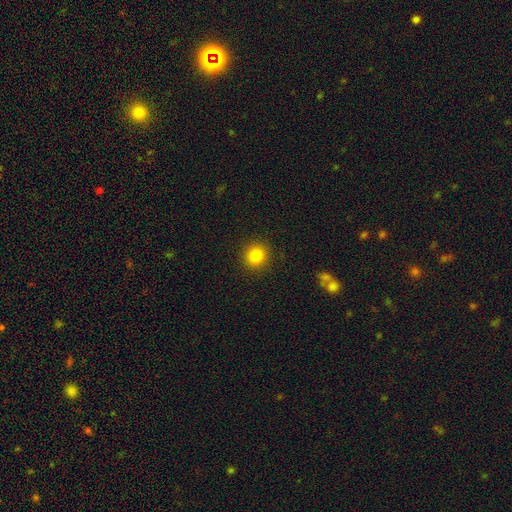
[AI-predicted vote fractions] This appears to be a smooth galaxy with no disk features (83%) that is round (90%). Merging: none (91%).